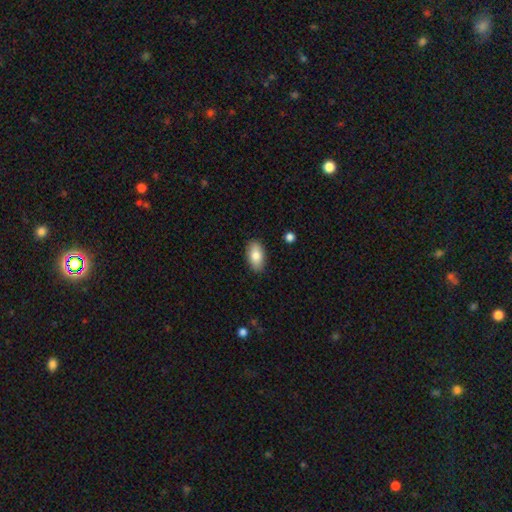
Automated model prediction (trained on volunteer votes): smooth-or-featured: smooth: 81% | featured or disk: 12% | star or artifact: 7%
  how-rounded: in between: 92% | round: 4% | cigar-shaped: 4%
  merging: none: 87% | minor disturbance: 9% | major disturbance: 2% | merger: 1%